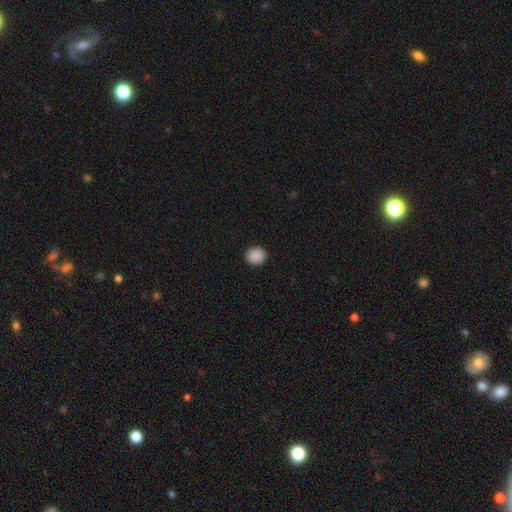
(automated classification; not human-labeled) This is clearly a smooth galaxy (89%). How rounded: clearly round (88%). Merging: clearly none (92%).